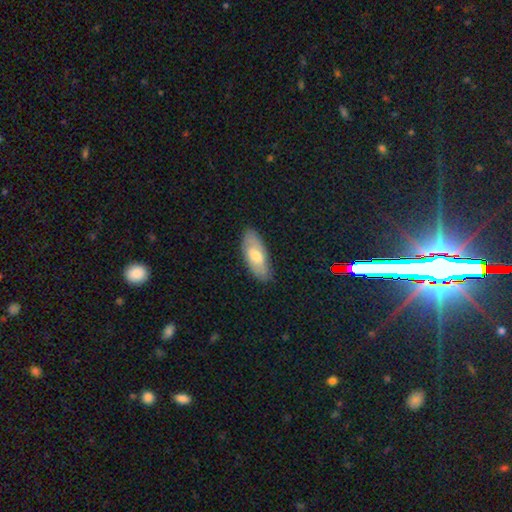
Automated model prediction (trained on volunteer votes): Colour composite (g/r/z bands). It shows a smooth galaxy with no disk features (63%) that is in between round and cigar-shaped (78%). Merging: none (84%).